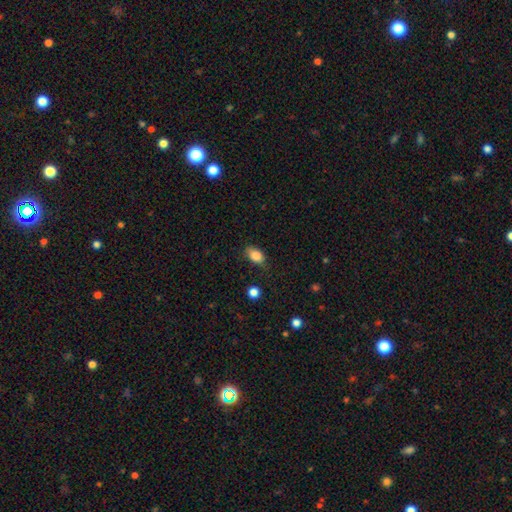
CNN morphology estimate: type=smooth (85%); roundness=in between (84%); merging=none (73%).